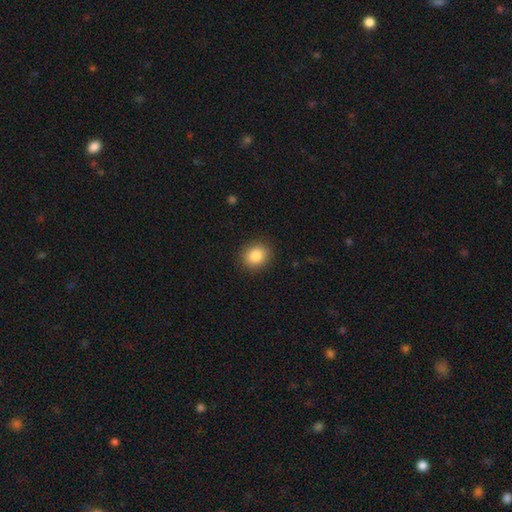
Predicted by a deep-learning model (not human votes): Q: Smooth or featured?
A: smooth (86%); runner-up: star or artifact (9%)
Q: How rounded?
A: round (68%); runner-up: in between (31%)
Q: Merging?
A: none (90%); runner-up: minor disturbance (7%)